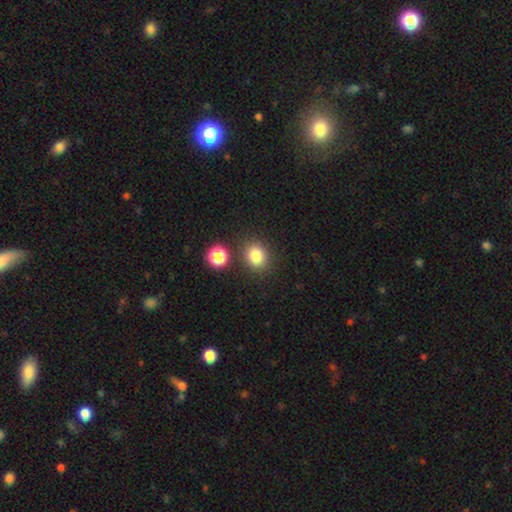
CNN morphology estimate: The model was most divided on "how rounded": round: 69%, in between: 30%, cigar-shaped: 1%. More confident: merging — none (82%); smooth or featured — smooth (81%).